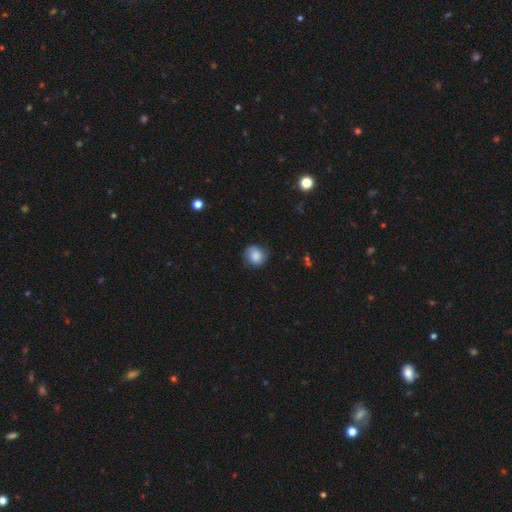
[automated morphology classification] This is likely a smooth galaxy (73%). How rounded: likely round (79%). Merging: likely none (75%).